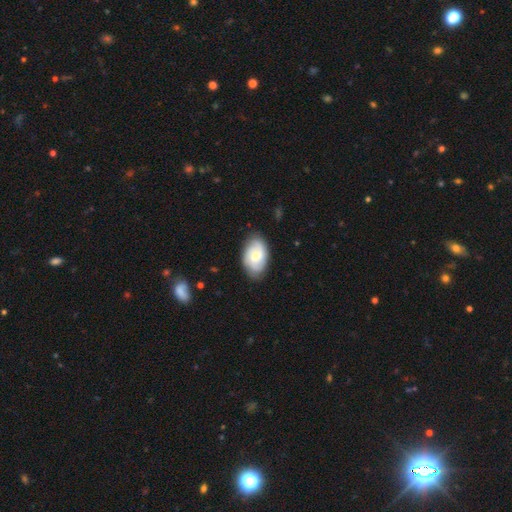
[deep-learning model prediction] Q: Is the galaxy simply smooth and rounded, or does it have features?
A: featured or disk — 51%.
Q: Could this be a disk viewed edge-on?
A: no — 95%.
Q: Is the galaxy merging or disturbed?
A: none — 80%.